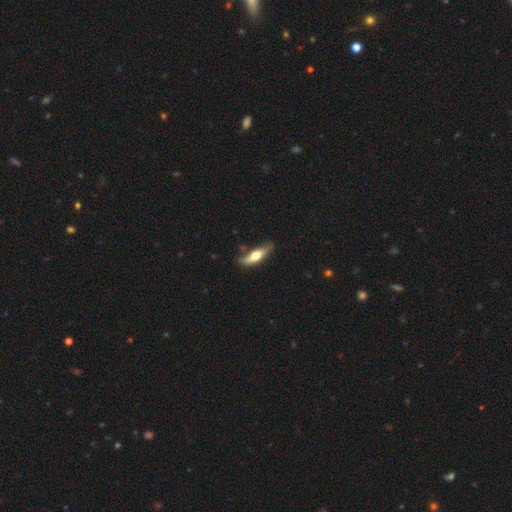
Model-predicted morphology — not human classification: smooth-or-featured: smooth: 54% | featured or disk: 40% | star or artifact: 6%
  how-rounded: cigar-shaped: 59% | in between: 39% | round: 2%
  merging: none: 70% | minor disturbance: 22% | major disturbance: 5% | merger: 4%